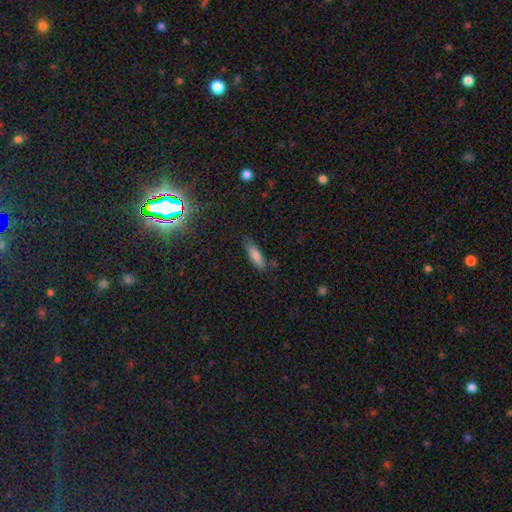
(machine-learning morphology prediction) Smooth or featured? smooth (81%)
How rounded? cigar-shaped (52%)
Merging? none (74%)